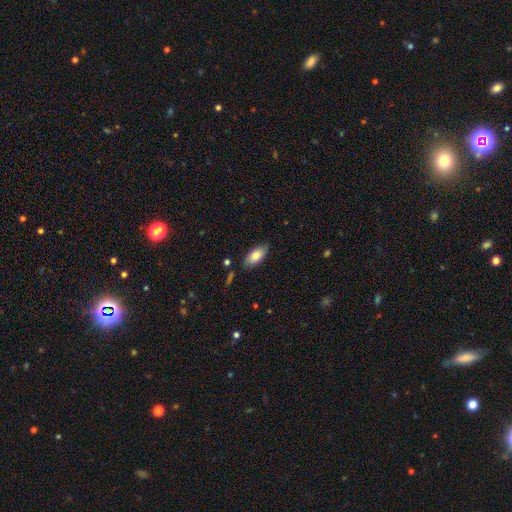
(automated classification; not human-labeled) This appears to be a smooth galaxy with no disk features (77%) that is in between round and cigar-shaped (90%). Merging: none (81%).